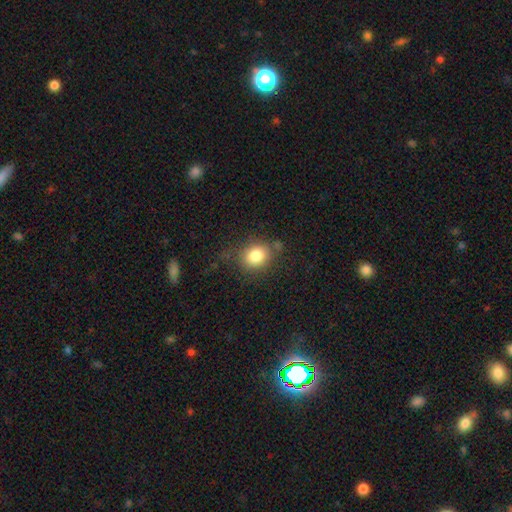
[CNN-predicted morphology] The model was most divided on "how rounded": round: 60%, in between: 38%, cigar-shaped: 1%. More confident: smooth or featured — smooth (82%); merging — none (72%).